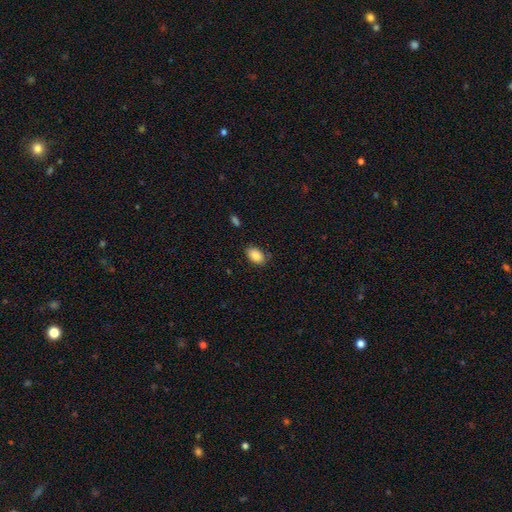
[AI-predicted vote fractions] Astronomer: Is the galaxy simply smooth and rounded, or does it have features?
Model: smooth — 85%.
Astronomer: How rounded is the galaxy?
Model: in between — 89%.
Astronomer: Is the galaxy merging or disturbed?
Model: none — 78%.